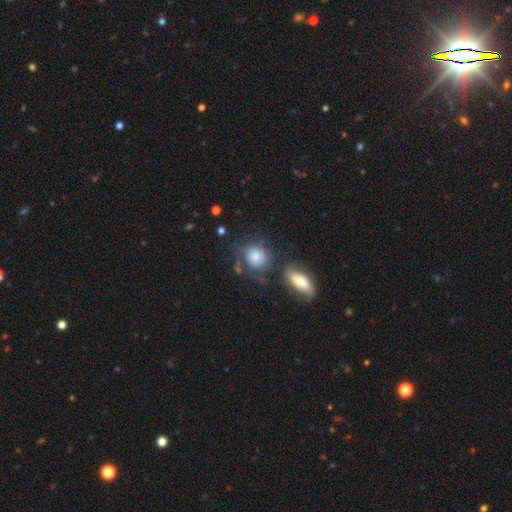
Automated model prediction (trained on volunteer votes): smooth_or_featured: smooth (p=0.62) [alt: featured or disk p=0.28]
how_rounded: round (p=0.65) [alt: in between p=0.33]
merging: none (p=0.49) [alt: minor disturbance p=0.20]